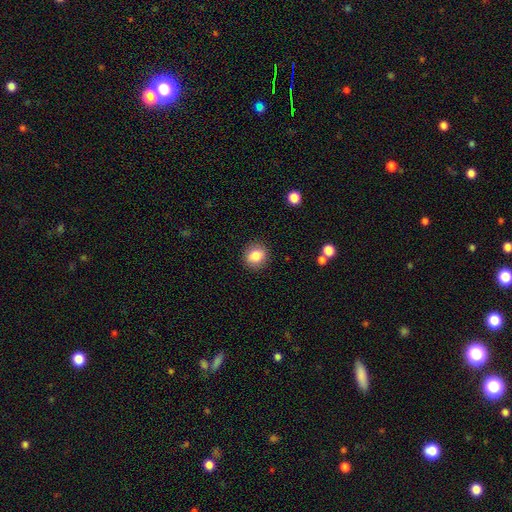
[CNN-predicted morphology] Smooth or featured? Predicted: smooth (p=0.83). How rounded? Predicted: round (p=0.76). Merging? Predicted: none (p=0.89).